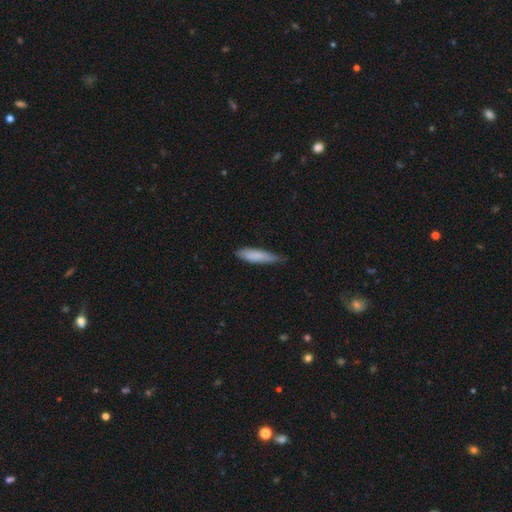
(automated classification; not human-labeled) A smooth galaxy with no disk features (83%) that is cigar-shaped (76%). Merging: none (65%).